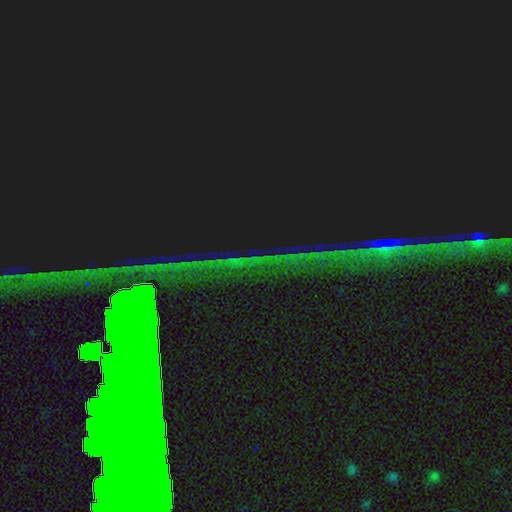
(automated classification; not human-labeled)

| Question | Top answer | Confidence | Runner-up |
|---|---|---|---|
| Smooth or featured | star or artifact | 85% | featured or disk (7%) |